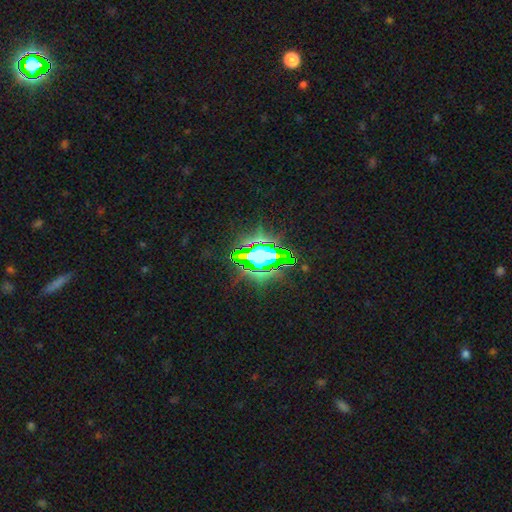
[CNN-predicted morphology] Smooth or featured: star or artifact — 75% (smooth — 13%)